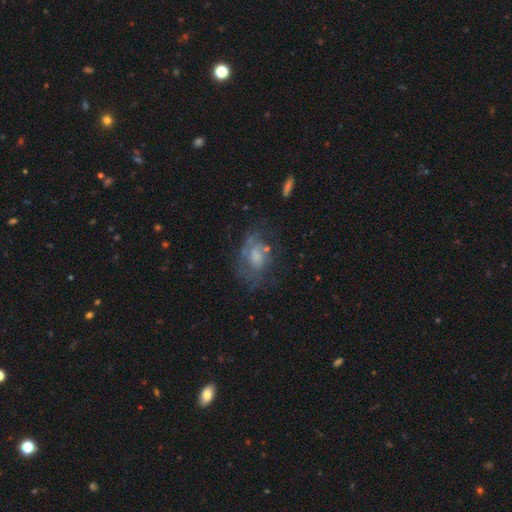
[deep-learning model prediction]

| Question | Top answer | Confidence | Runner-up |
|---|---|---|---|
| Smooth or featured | featured or disk | 55% | smooth (34%) |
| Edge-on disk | no | 96% | yes (4%) |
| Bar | no | 74% | weak (22%) |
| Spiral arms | no | 52% | yes (48%) |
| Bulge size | moderate | 35% | small (26%) |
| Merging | none | 49% | major disturbance (23%) |